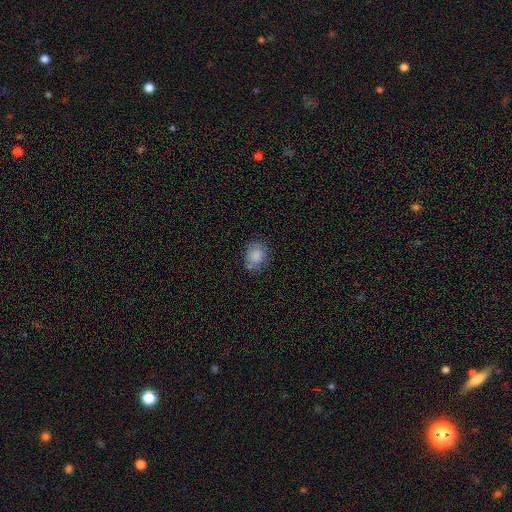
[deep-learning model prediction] Q: Smooth or featured?
A: smooth (84%); runner-up: star or artifact (9%)
Q: How rounded?
A: round (55%); runner-up: in between (44%)
Q: Merging?
A: none (73%); runner-up: minor disturbance (17%)